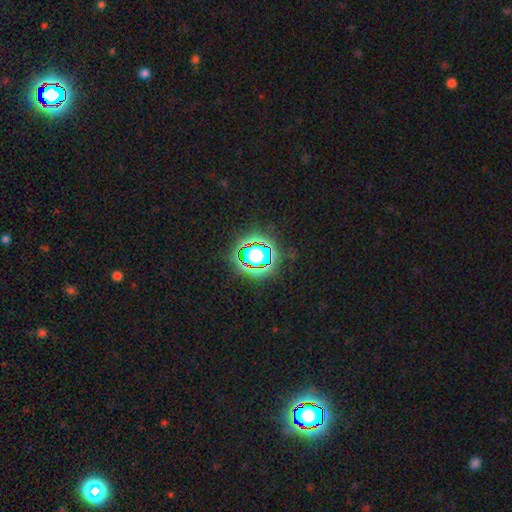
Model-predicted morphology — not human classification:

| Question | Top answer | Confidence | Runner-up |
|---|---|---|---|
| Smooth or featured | star or artifact | 61% | smooth (25%) |